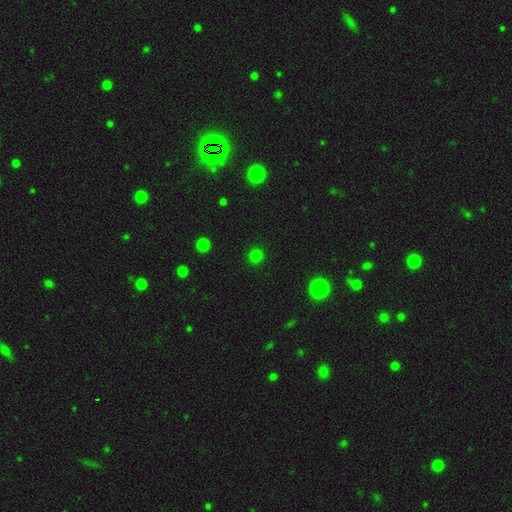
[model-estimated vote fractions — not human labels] Smooth or featured? Predicted: smooth (p=0.78). How rounded? Predicted: round (p=0.93). Merging? Predicted: none (p=0.92).